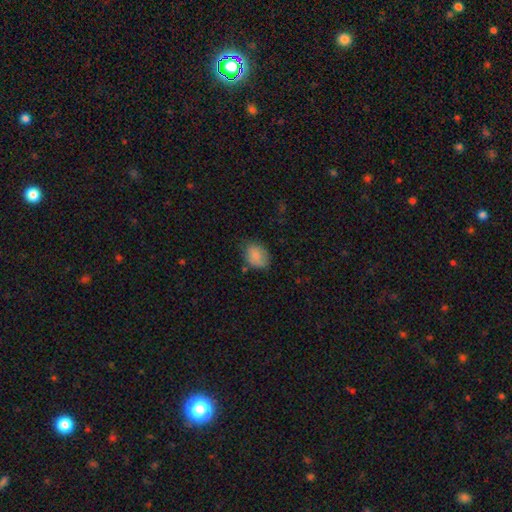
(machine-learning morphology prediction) Overall: smooth (83%). How rounded: in between (75%). Merging: none (65%; minor disturbance 26%).